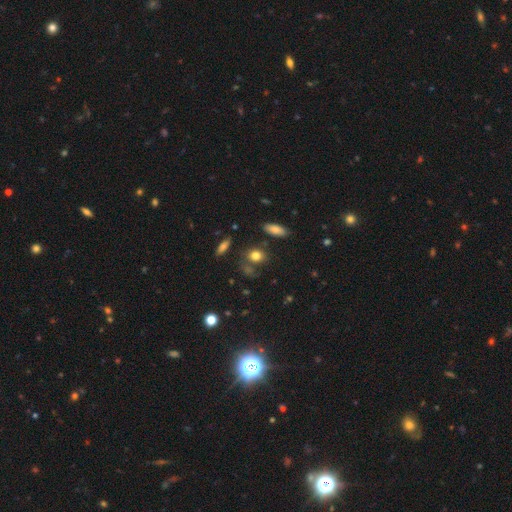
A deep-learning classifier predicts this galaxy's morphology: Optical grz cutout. It shows a smooth galaxy with no disk features (79%) that is round (56%). Merging: none (71%).